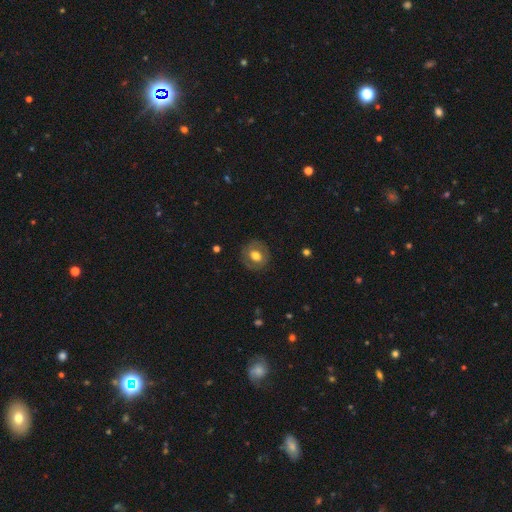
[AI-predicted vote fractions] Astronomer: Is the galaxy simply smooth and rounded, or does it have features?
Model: smooth — 58% (runner-up: featured or disk, 34%).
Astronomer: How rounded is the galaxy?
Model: round — 78%.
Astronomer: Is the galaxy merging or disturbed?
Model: none — 84%.